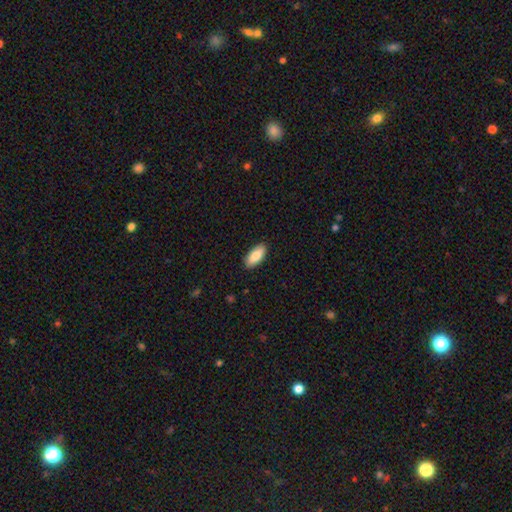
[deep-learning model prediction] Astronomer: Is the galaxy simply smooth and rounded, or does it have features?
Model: smooth — 86%.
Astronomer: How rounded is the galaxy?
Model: in between — 85%.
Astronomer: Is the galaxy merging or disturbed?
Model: none — 90%.